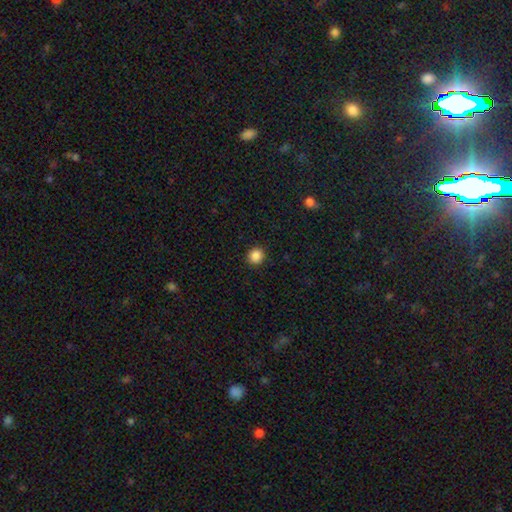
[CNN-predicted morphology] Smooth or featured?
  - smooth: 87% *
  - star or artifact: 10%
  - featured or disk: 3%
How rounded?
  - round: 91% *
  - in between: 8%
  - cigar-shaped: 1%
Merging?
  - none: 92% *
  - minor disturbance: 6%
  - major disturbance: 2%
  - merger: 1%